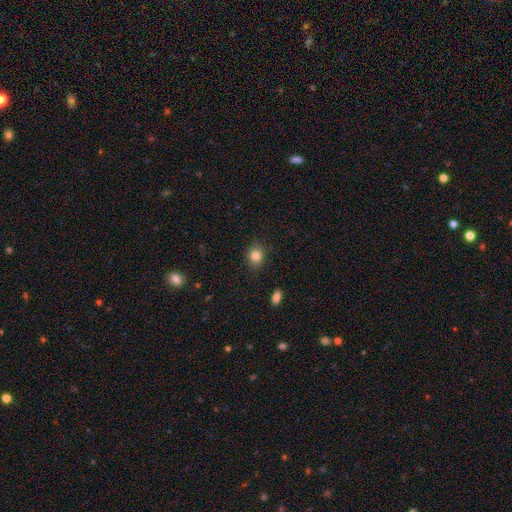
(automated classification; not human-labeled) A smooth galaxy with no disk features (83%) that is round (71%).

Vote fractions:
- Smooth or featured? smooth: 83% / star or artifact: 11% / featured or disk: 7%
- How rounded? round: 71% / in between: 28% / cigar-shaped: 1%
- Merging? none: 87% / minor disturbance: 9% / major disturbance: 2% / merger: 1%